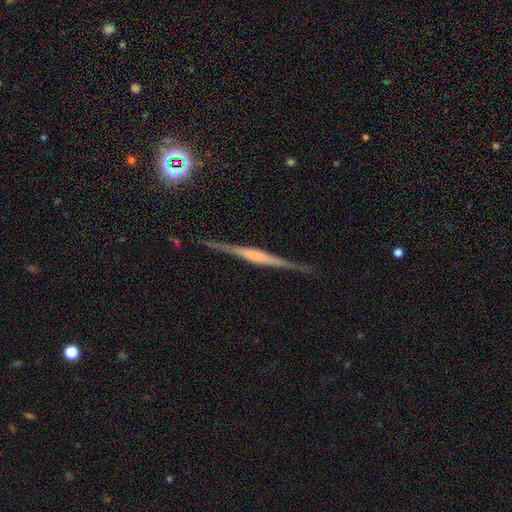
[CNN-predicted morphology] The model was most divided on "edge-on bulge": boxy: 45%, rounded: 37%, none: 17%. More confident: edge-on disk — yes (98%); merging — none (89%); smooth or featured — featured or disk (80%).